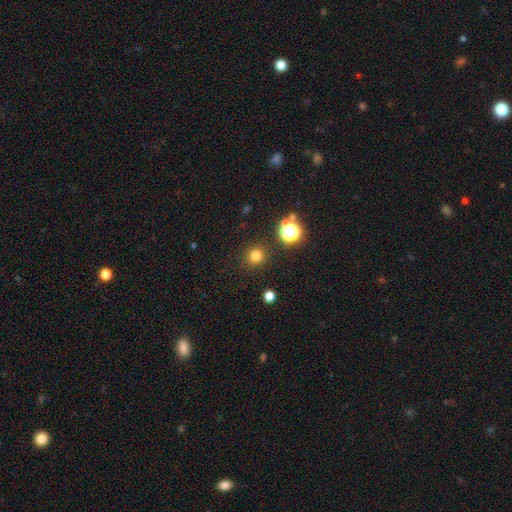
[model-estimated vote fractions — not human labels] Morphology: type=smooth (77%); roundness=round (93%); merging=none (90%).